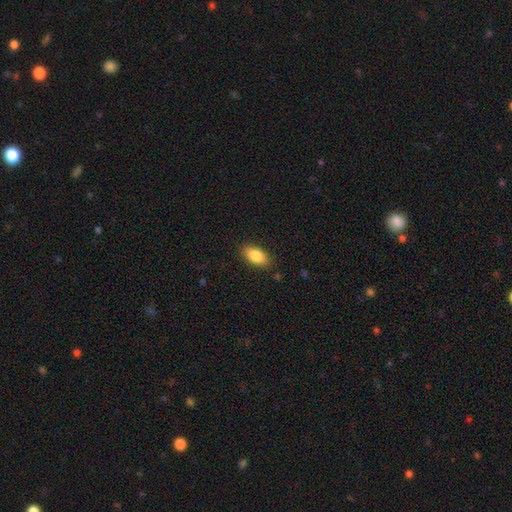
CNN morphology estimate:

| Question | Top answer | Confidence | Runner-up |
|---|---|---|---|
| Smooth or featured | smooth | 86% | featured or disk (7%) |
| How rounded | in between | 91% | cigar-shaped (6%) |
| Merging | none | 86% | minor disturbance (10%) |